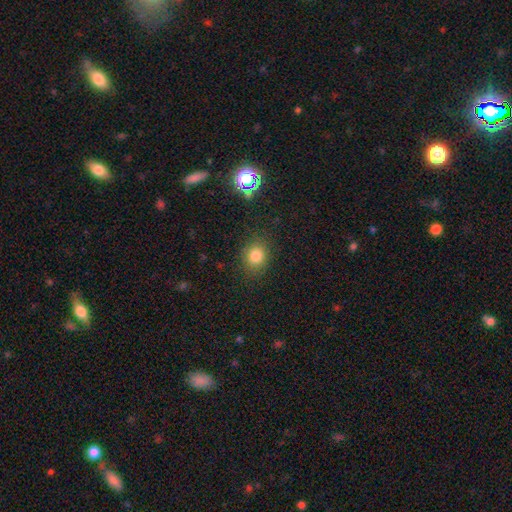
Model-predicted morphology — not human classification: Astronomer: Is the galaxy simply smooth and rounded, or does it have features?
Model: smooth — 79%.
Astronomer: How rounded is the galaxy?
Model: round — 70%.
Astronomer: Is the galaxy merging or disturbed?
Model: none — 84%.